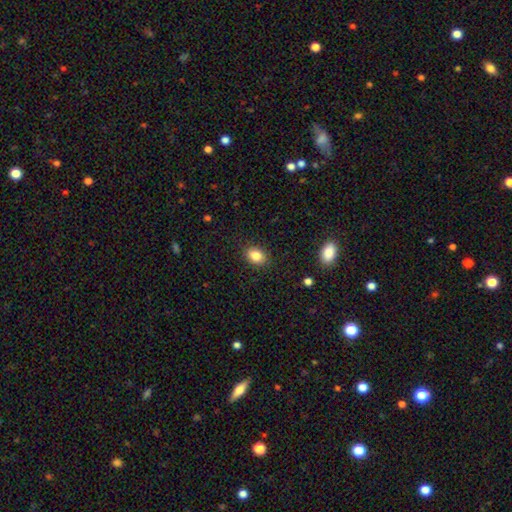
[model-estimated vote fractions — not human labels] Overall: smooth (85%). How rounded: in between (67%; round 32%). Merging: none (88%).